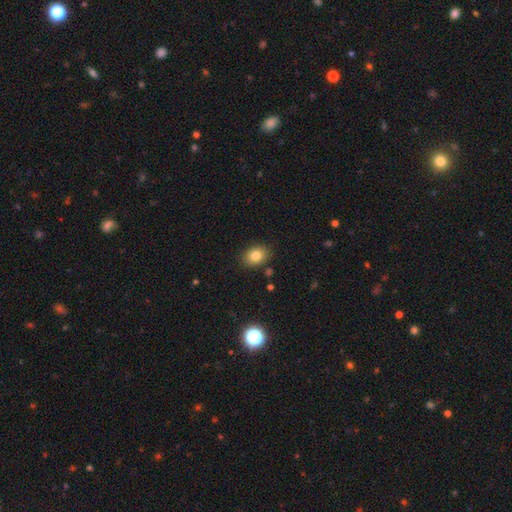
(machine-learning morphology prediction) smooth_or_featured: smooth (p=0.81) [alt: star or artifact p=0.10]
how_rounded: in between (p=0.67) [alt: round p=0.32]
merging: none (p=0.86) [alt: minor disturbance p=0.10]